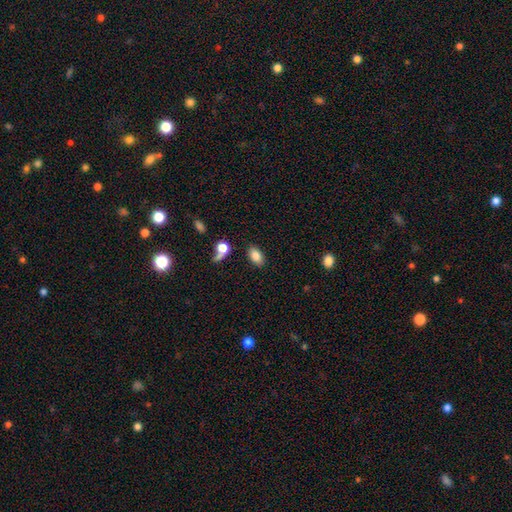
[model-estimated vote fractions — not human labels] A smooth galaxy with no disk features (82%) that is in between round and cigar-shaped (89%). Merging: none (82%).